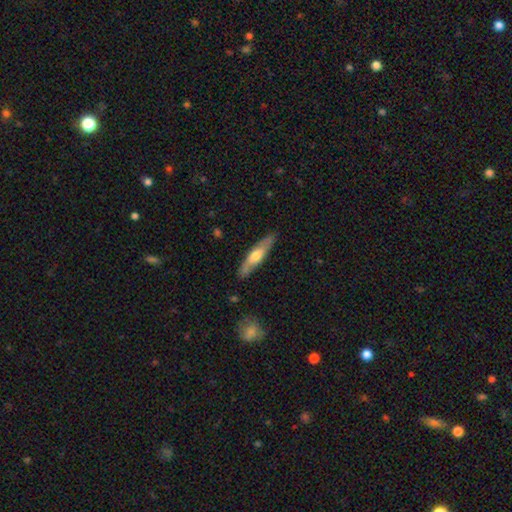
This is likely a featured or disk galaxy (62%). It is clearly viewed edge-on (88%). Edge-on bulge: clearly rounded (90%). Merging: likely none (76%).